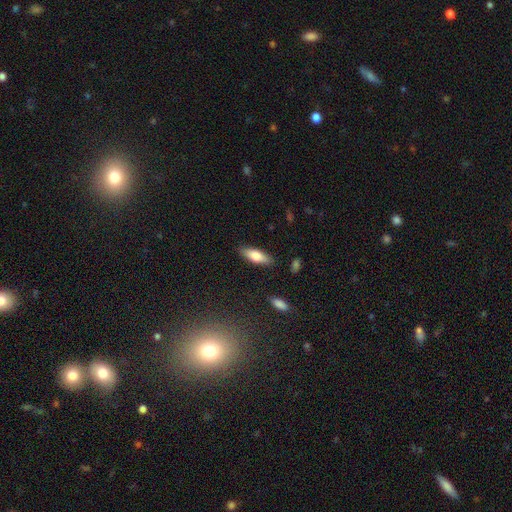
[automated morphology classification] type=smooth (71%); roundness=in between (60%); merging=none (86%).